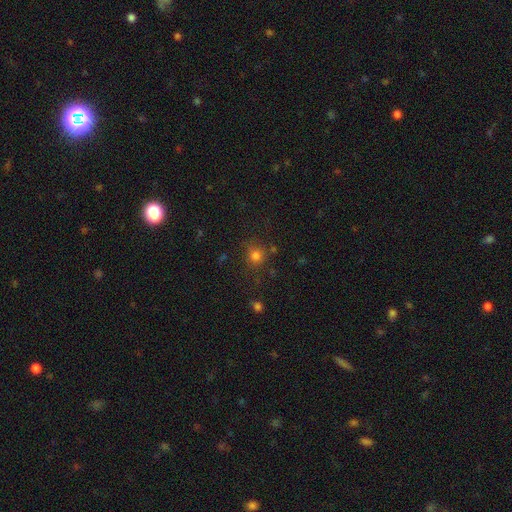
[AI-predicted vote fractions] This appears to be a smooth galaxy with no disk features (77%) that is round (90%). Merging: none (79%).